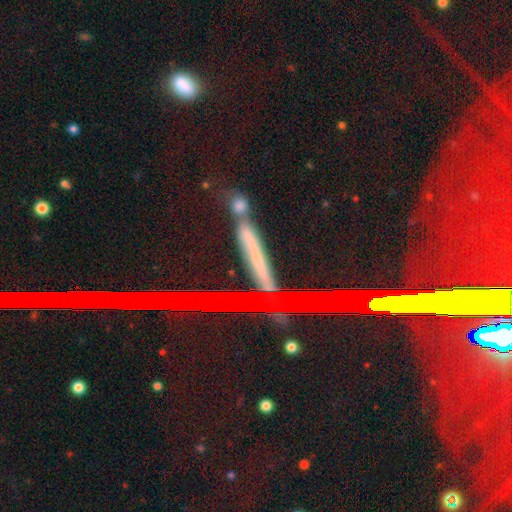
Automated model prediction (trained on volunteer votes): A star or artifact, not a galaxy (57%).

Vote fractions:
- Smooth or featured? star or artifact: 57% / featured or disk: 26% / smooth: 17%